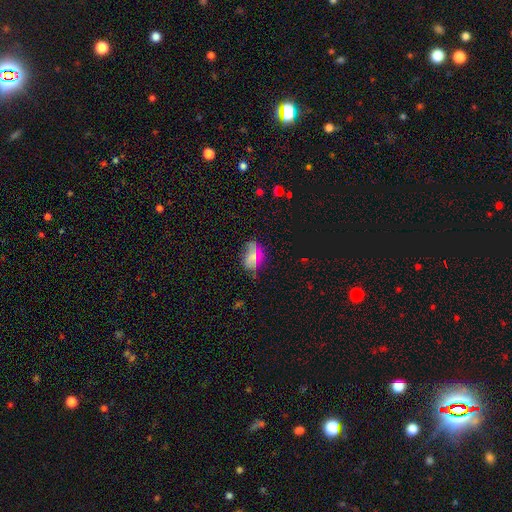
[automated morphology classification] Smooth or featured? smooth (57%)
How rounded? in between (78%)
Merging? none (64%)